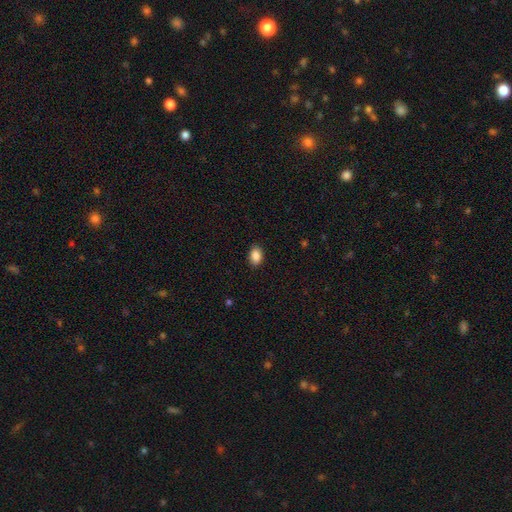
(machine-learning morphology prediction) A smooth galaxy with no disk features (89%) that is in between round and cigar-shaped (81%). Merging: none (89%).